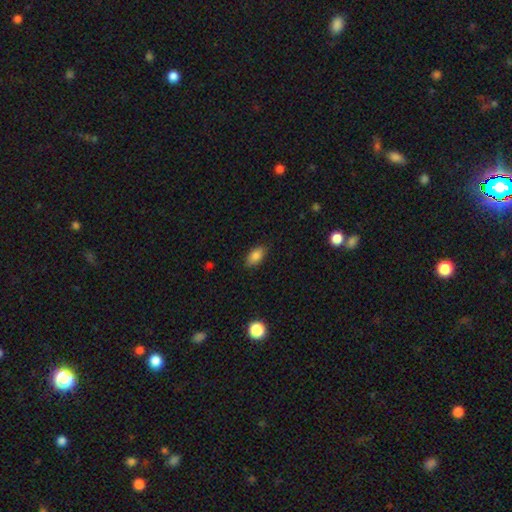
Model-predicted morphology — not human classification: Smooth or featured?
  - smooth: 84% *
  - star or artifact: 9%
  - featured or disk: 7%
How rounded?
  - in between: 91% *
  - round: 6%
  - cigar-shaped: 4%
Merging?
  - none: 84% *
  - minor disturbance: 12%
  - major disturbance: 2%
  - merger: 1%